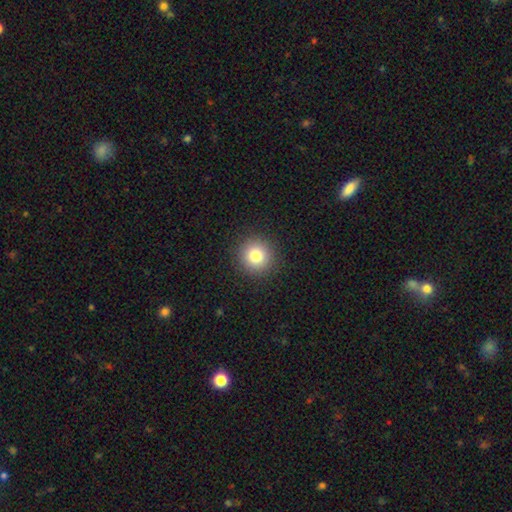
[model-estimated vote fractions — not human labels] A smooth galaxy with no disk features (81%) that is round (95%).

Vote fractions:
- Smooth or featured? smooth: 81% / star or artifact: 12% / featured or disk: 8%
- How rounded? round: 95% / in between: 4% / cigar-shaped: 1%
- Merging? none: 92% / minor disturbance: 5% / major disturbance: 2% / merger: 1%